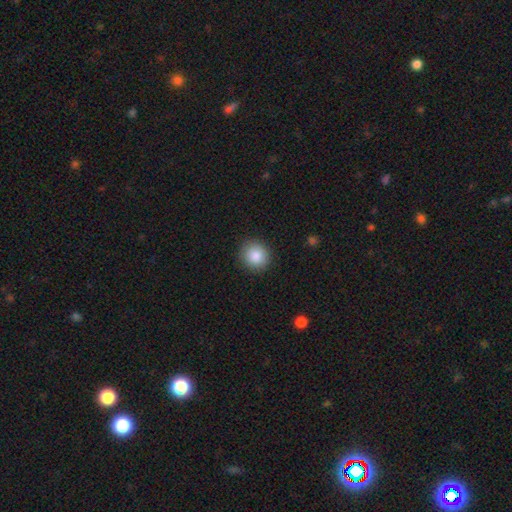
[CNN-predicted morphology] smooth-or-featured: smooth: 86% | star or artifact: 9% | featured or disk: 5%
  how-rounded: round: 91% | in between: 8% | cigar-shaped: 1%
  merging: none: 90% | minor disturbance: 7% | major disturbance: 2% | merger: 1%